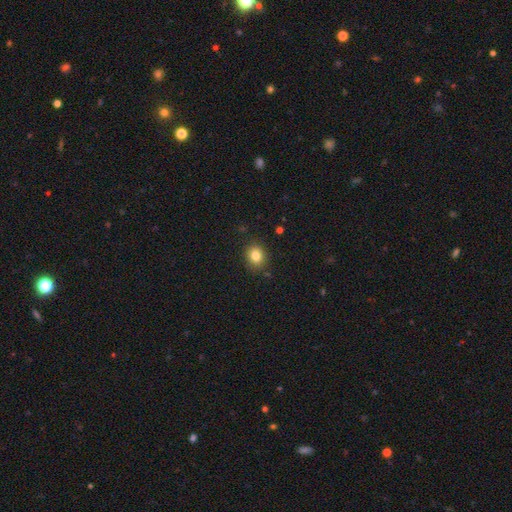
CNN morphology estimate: Smooth or featured: smooth — 82% (star or artifact — 11%)
How rounded: round — 67% (in between — 32%)
Merging: none — 87% (minor disturbance — 9%)